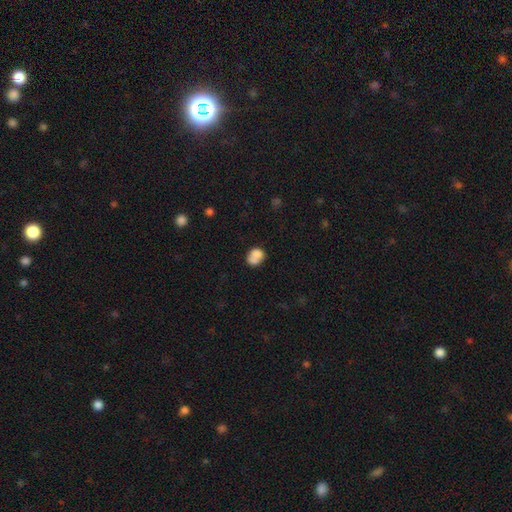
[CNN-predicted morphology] Smooth or featured? smooth (73%)
How rounded? round (53%)
Merging? merger (46%)